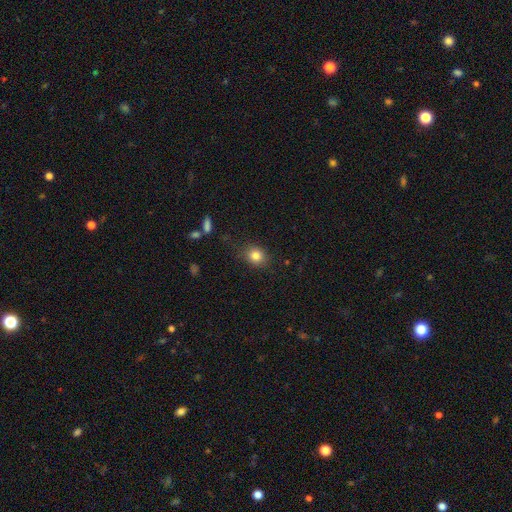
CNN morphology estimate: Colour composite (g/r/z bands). It shows a smooth galaxy with no disk features (82%) that is round (70%). Merging: none (82%).